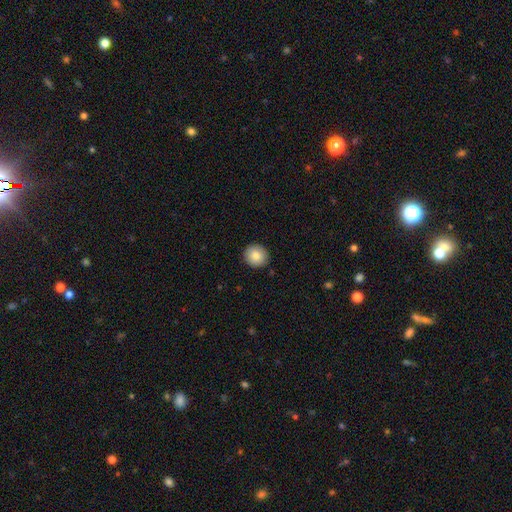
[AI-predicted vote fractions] Overall: smooth (83%). How rounded: round (92%). Merging: none (91%).